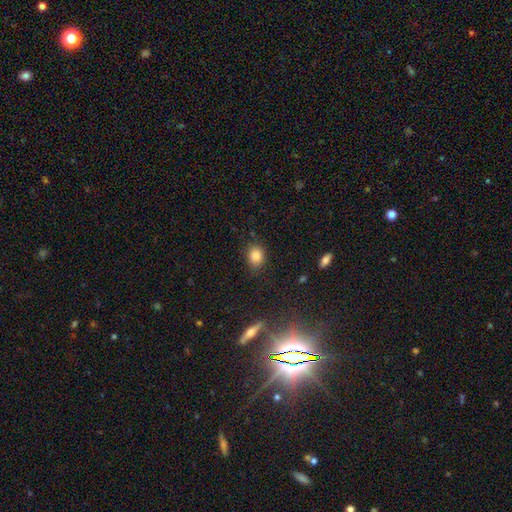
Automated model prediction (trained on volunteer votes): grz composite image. It shows a smooth galaxy with no disk features (85%) that is in between round and cigar-shaped (53%). Merging: none (81%).